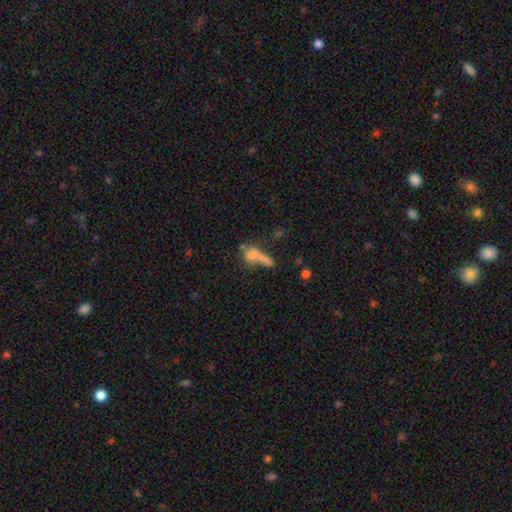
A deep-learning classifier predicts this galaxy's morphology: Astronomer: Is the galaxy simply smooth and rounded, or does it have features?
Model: smooth — 58%.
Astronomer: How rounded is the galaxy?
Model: cigar-shaped — 47% (runner-up: in between, 41%).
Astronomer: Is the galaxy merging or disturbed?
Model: merger — 29% (runner-up: major disturbance, 28%).